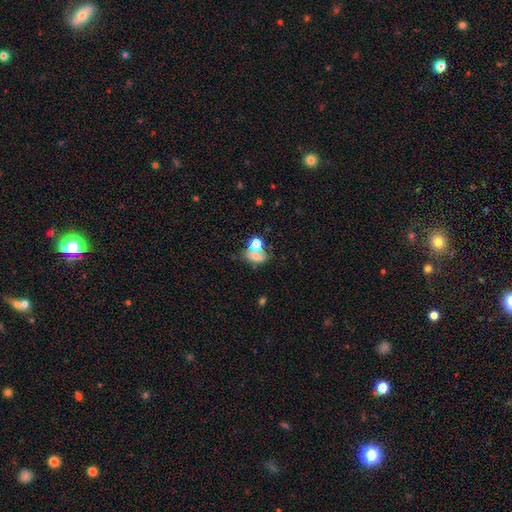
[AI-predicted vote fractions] Q: Smooth or featured?
A: smooth (68%); runner-up: featured or disk (18%)
Q: How rounded?
A: in between (67%); runner-up: round (31%)
Q: Merging?
A: merger (47%); runner-up: none (31%)